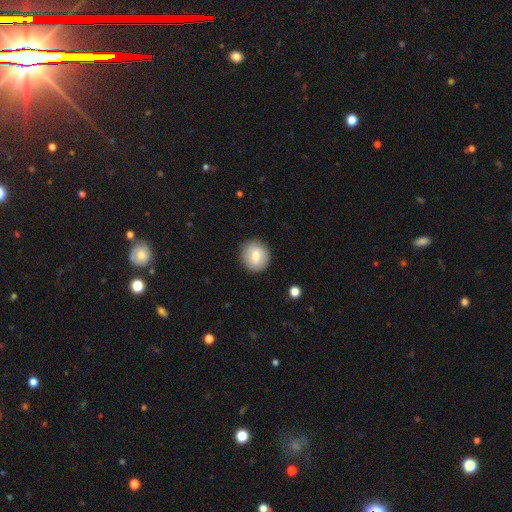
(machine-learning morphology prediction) Smooth or featured: smooth — 77% (featured or disk — 15%)
How rounded: round — 83% (in between — 16%)
Merging: none — 87% (minor disturbance — 9%)